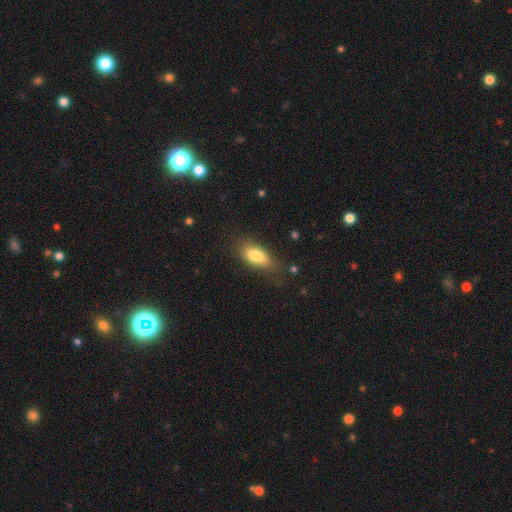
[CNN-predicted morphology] Smooth or featured?
  - smooth: 82% *
  - featured or disk: 10%
  - star or artifact: 7%
How rounded?
  - in between: 85% *
  - cigar-shaped: 11%
  - round: 4%
Merging?
  - none: 69% *
  - minor disturbance: 21%
  - major disturbance: 8%
  - merger: 2%